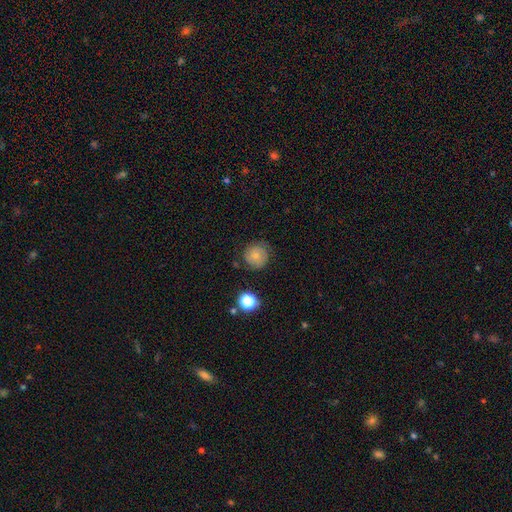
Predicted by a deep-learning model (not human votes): smooth-or-featured: smooth: 60% | featured or disk: 28% | star or artifact: 12%
  how-rounded: round: 91% | in between: 8% | cigar-shaped: 1%
  merging: none: 75% | minor disturbance: 18% | major disturbance: 6% | merger: 2%